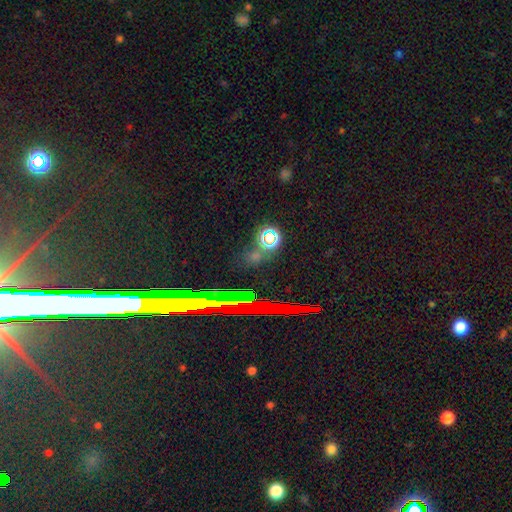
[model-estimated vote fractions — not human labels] This appears to be a star or artifact, not a galaxy (63%).